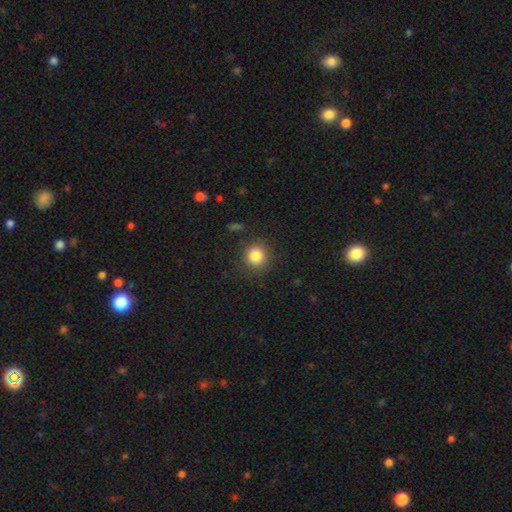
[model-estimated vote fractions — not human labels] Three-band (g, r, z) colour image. It shows a smooth galaxy with no disk features (83%) that is round (91%). Merging: none (87%).